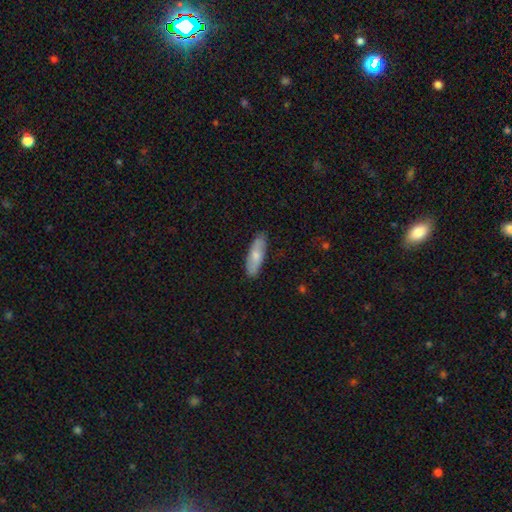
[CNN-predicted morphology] The model was most divided on "how rounded": in between: 55%, cigar-shaped: 43%, round: 2%. More confident: merging — none (85%); smooth or featured — smooth (70%).